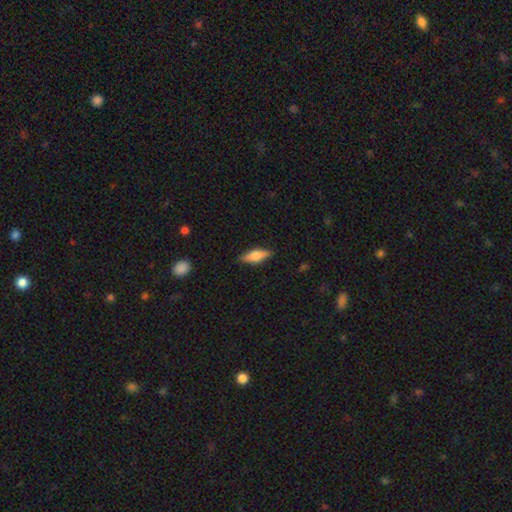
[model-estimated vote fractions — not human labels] Smooth or featured? smooth (55%)
How rounded? in between (58%)
Merging? none (85%)